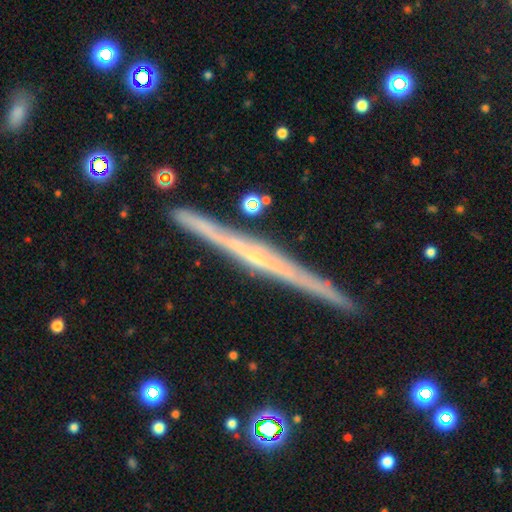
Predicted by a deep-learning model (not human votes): A featured or disk galaxy (79%) viewed edge-on (98%) with no central bulge (62%).

Vote fractions:
- Smooth or featured? featured or disk: 79% / smooth: 15% / star or artifact: 6%
- Edge-on disk? yes: 98% / no: 2%
- Edge-on bulge? none: 62% / rounded: 32% / boxy: 6%
- Merging? none: 90% / minor disturbance: 7% / merger: 2% / major disturbance: 1%